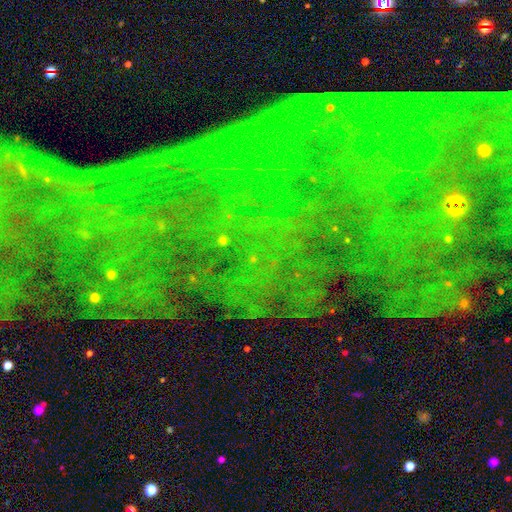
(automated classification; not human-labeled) A star or artifact, not a galaxy (83%).